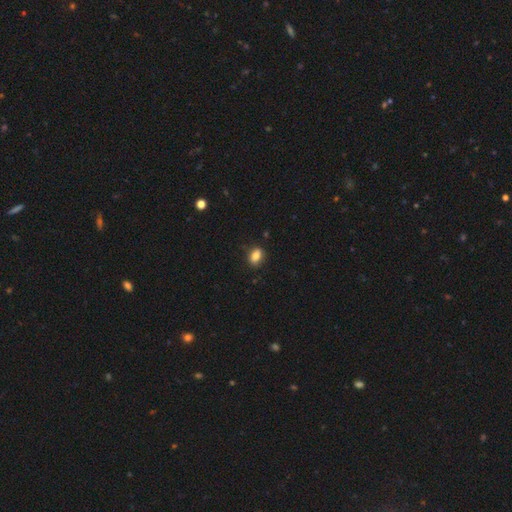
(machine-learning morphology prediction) Q: Smooth or featured?
A: smooth (82%); runner-up: star or artifact (9%)
Q: How rounded?
A: in between (76%); runner-up: round (22%)
Q: Merging?
A: none (84%); runner-up: minor disturbance (12%)